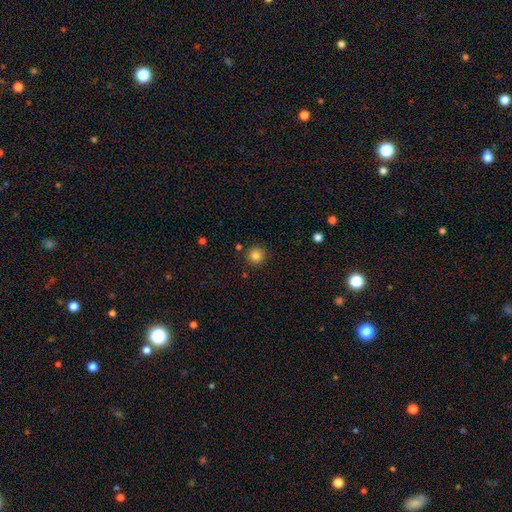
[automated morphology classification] A smooth galaxy with no disk features (83%) that is round (95%). Merging: none (89%).